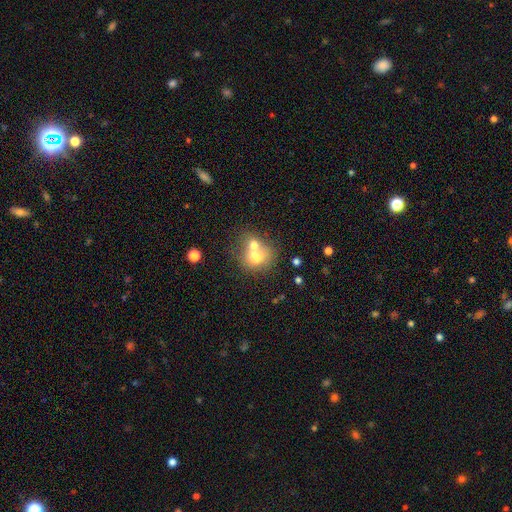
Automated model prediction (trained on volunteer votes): Smooth or featured? Predicted: smooth (p=0.61). How rounded? Predicted: round (p=0.59). Merging? Predicted: merger (p=0.60).